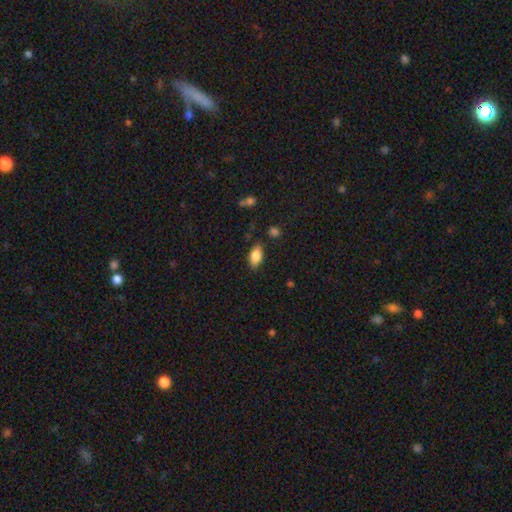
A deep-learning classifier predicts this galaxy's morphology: A smooth galaxy with no disk features (82%) that is in between round and cigar-shaped (89%).

Vote fractions:
- Smooth or featured? smooth: 82% / featured or disk: 11% / star or artifact: 7%
- How rounded? in between: 89% / cigar-shaped: 6% / round: 5%
- Merging? none: 82% / minor disturbance: 13% / major disturbance: 3% / merger: 2%